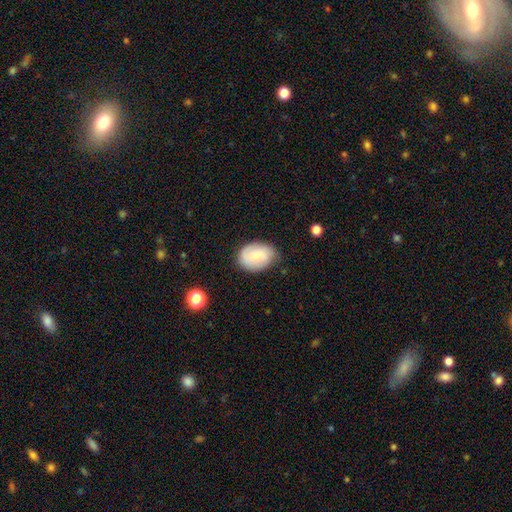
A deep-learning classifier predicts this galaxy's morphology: Q: Smooth or featured?
A: smooth (65%); runner-up: featured or disk (28%)
Q: How rounded?
A: in between (67%); runner-up: round (32%)
Q: Merging?
A: none (71%); runner-up: minor disturbance (22%)